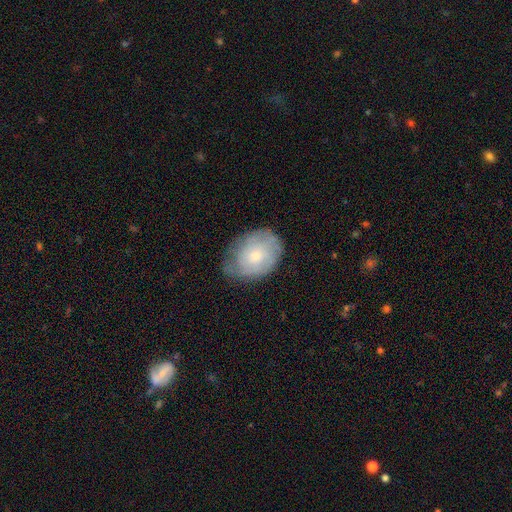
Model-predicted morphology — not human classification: A featured or disk galaxy (47%).

Vote fractions:
- Smooth or featured? featured or disk: 47% / smooth: 45% / star or artifact: 7%
- Merging? none: 65% / minor disturbance: 27% / major disturbance: 7% / merger: 1%